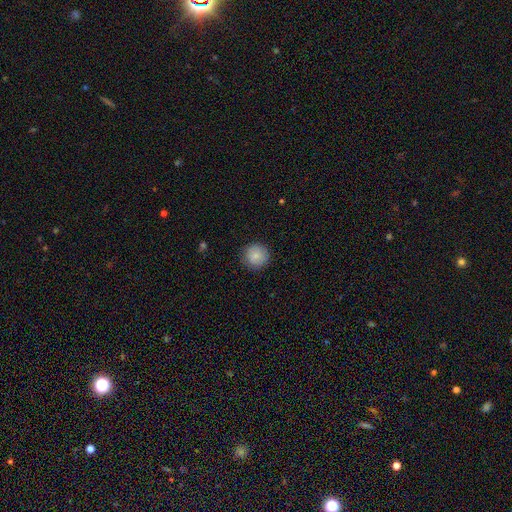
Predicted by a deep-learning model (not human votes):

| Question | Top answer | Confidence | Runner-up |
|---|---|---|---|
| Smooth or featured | smooth | 84% | star or artifact (9%) |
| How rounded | round | 94% | in between (5%) |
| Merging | none | 89% | minor disturbance (8%) |